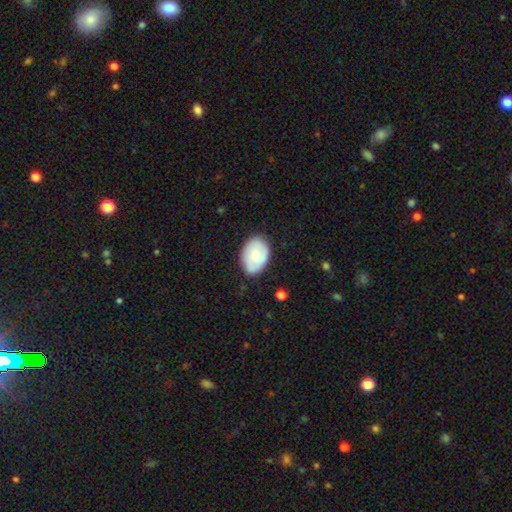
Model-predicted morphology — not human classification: Q: Smooth or featured?
A: smooth (69%); runner-up: featured or disk (25%)
Q: How rounded?
A: in between (81%); runner-up: round (18%)
Q: Merging?
A: none (77%); runner-up: minor disturbance (18%)